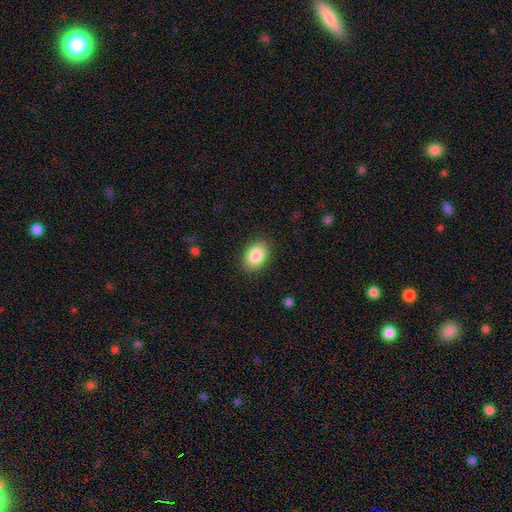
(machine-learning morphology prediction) Overall: smooth (87%). How rounded: in between (80%). Merging: none (87%).